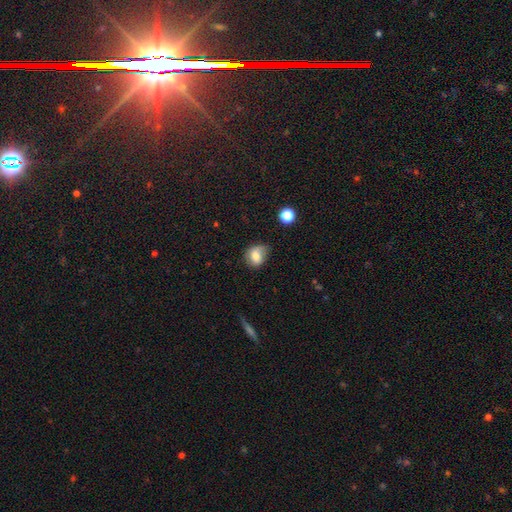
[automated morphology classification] type=smooth (73%); roundness=round (56%); merging=none (50%).